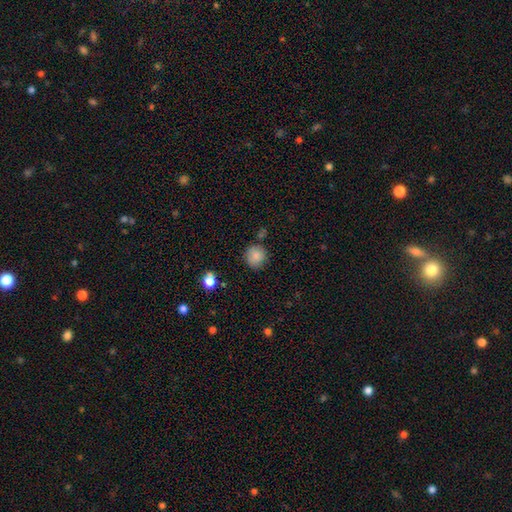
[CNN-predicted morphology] smooth_or_featured: smooth (p=0.85) [alt: star or artifact p=0.10]
how_rounded: round (p=0.90) [alt: in between p=0.09]
merging: none (p=0.81) [alt: minor disturbance p=0.12]